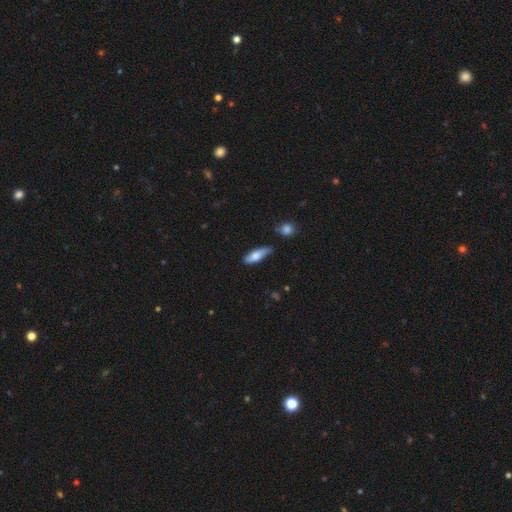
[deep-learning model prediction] Smooth or featured? Predicted: smooth (p=0.69). How rounded? Predicted: in between (p=0.60). Merging? Predicted: none (p=0.65).